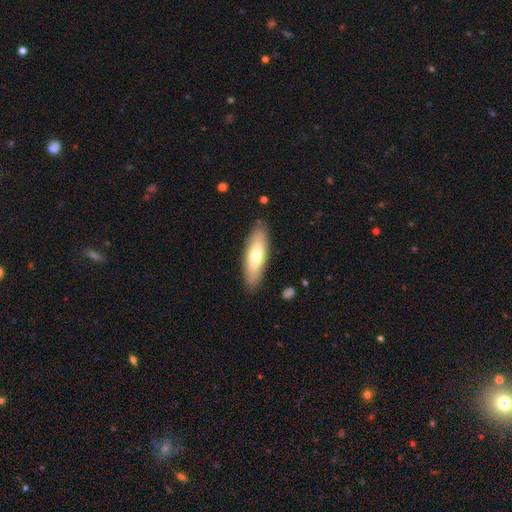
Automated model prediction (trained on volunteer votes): A smooth galaxy with no disk features (66%) that is in between round and cigar-shaped (51%). Merging: none (86%).